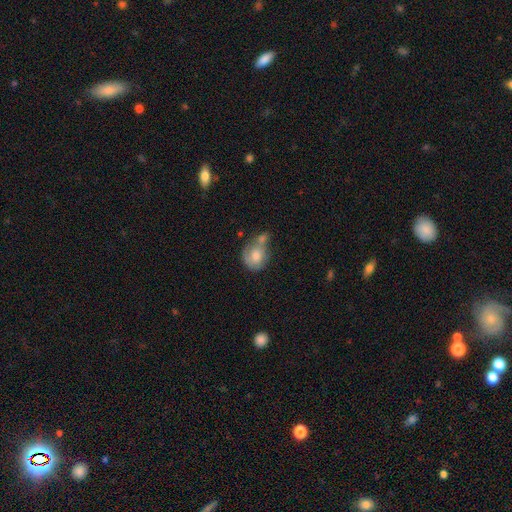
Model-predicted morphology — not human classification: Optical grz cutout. It shows a smooth galaxy with no disk features (69%) that is round (65%). Merging: merger (43%).